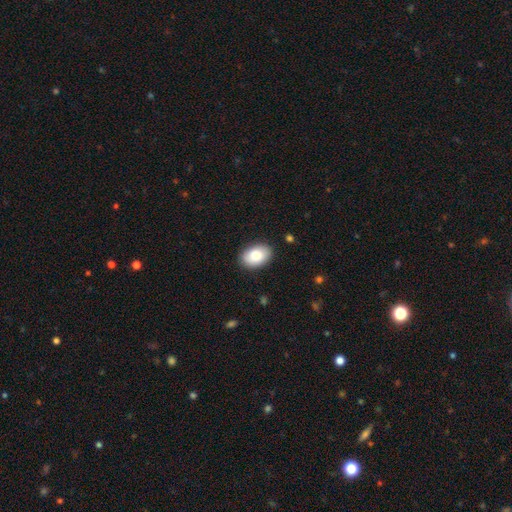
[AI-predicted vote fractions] Smooth or featured?
  - smooth: 84% *
  - featured or disk: 9%
  - star or artifact: 6%
How rounded?
  - in between: 87% *
  - round: 12%
  - cigar-shaped: 1%
Merging?
  - none: 87% *
  - minor disturbance: 10%
  - major disturbance: 2%
  - merger: 1%